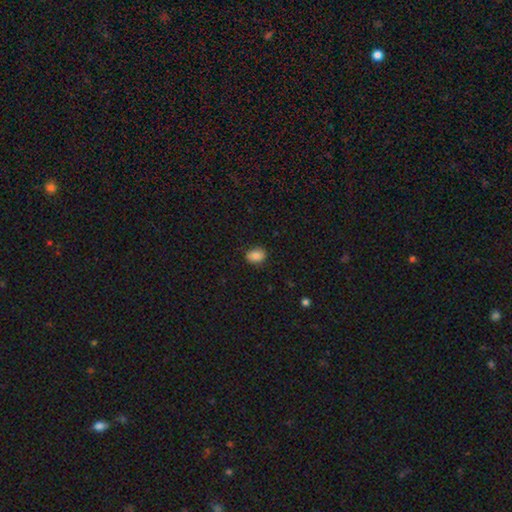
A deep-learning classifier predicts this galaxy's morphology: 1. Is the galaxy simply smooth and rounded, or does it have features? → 86% smooth, 9% star or artifact, 6% featured or disk.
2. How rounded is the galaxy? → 66% in between, 33% round, 1% cigar-shaped.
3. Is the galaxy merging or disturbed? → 86% none, 10% minor disturbance, 2% major disturbance, 1% merger.